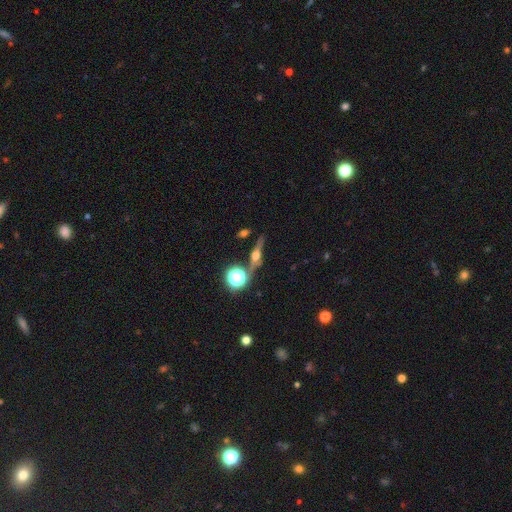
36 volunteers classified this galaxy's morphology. Overall: featured or disk (69%). Edge-on disk: yes (100%). Edge-on bulge: rounded (92%). Merging: none (74%).